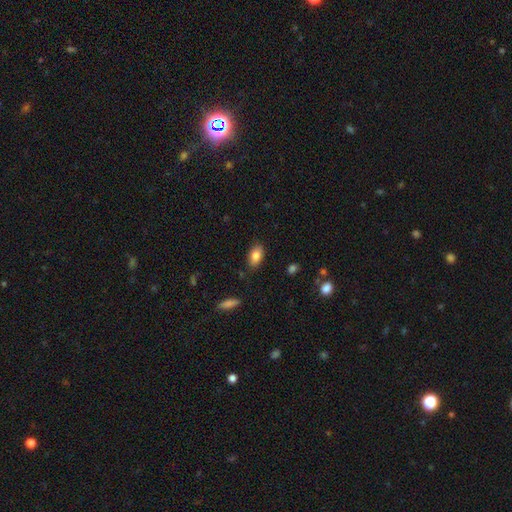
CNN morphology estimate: The model was most divided on "smooth or featured": smooth: 82%, featured or disk: 10%, star or artifact: 8%. More confident: how rounded — in between (90%); merging — none (85%).